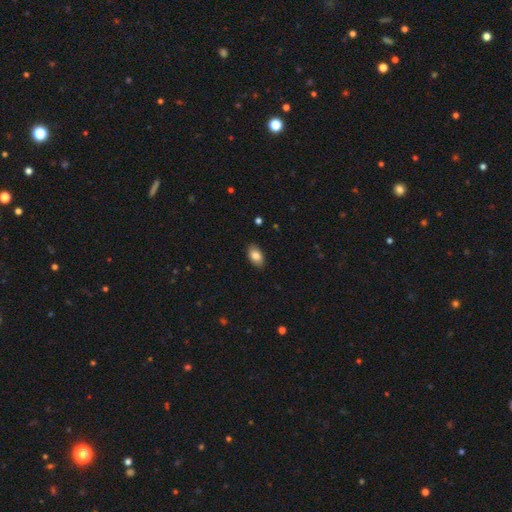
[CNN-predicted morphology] smooth_or_featured: smooth (p=0.83) [alt: featured or disk p=0.10]
how_rounded: in between (p=0.92) [alt: round p=0.07]
merging: none (p=0.87) [alt: minor disturbance p=0.10]